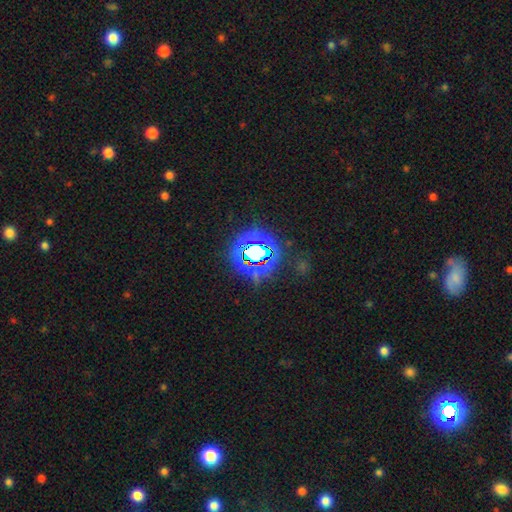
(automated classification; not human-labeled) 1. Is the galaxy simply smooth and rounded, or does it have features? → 74% star or artifact, 16% smooth, 10% featured or disk.